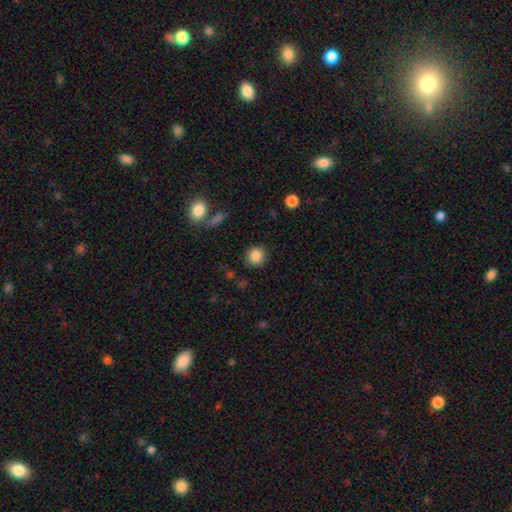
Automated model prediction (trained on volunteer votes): A smooth galaxy with no disk features (87%) that is round (87%). Merging: none (88%).